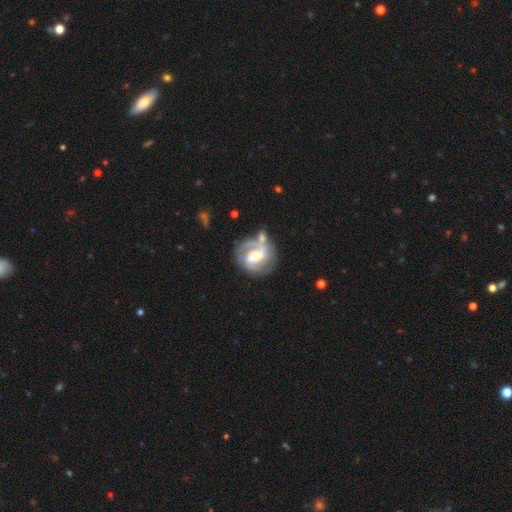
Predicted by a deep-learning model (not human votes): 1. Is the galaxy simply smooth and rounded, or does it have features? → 82% featured or disk, 12% smooth, 6% star or artifact.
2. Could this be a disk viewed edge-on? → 98% no, 2% yes.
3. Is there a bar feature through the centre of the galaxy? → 47% weak, 32% no, 21% strong.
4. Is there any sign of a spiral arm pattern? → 94% yes, 6% no.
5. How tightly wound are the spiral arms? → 46% tight, 41% medium, 13% loose.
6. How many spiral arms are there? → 62% 2, 13% 1, 12% can't tell, 9% 3, 2% 4, 2% more than 4.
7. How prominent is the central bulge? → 44% moderate, 40% small, 10% large, 5% none, 2% dominant.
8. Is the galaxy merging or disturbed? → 52% none, 19% minor disturbance, 15% merger, 14% major disturbance.